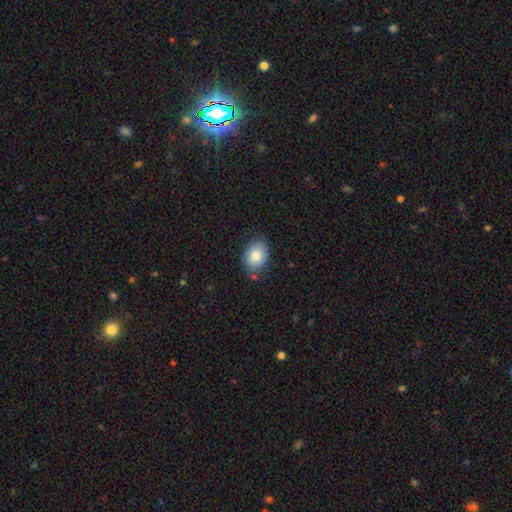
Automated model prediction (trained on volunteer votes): Smooth or featured: smooth — 80% (featured or disk — 12%)
How rounded: in between — 68% (round — 31%)
Merging: none — 78% (minor disturbance — 16%)